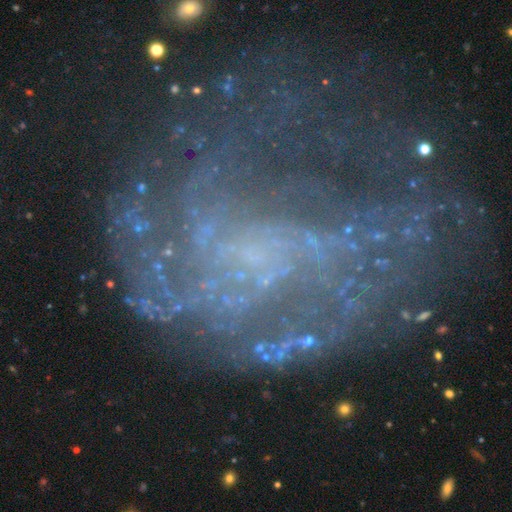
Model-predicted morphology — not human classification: This is likely a featured or disk galaxy (68%). It is clearly not viewed edge-on (98%). Bar: likely no (76%). Spiral arm pattern: possibly yes (54%). Central bulge: likely none (63%). Merging: marginally none (44%).